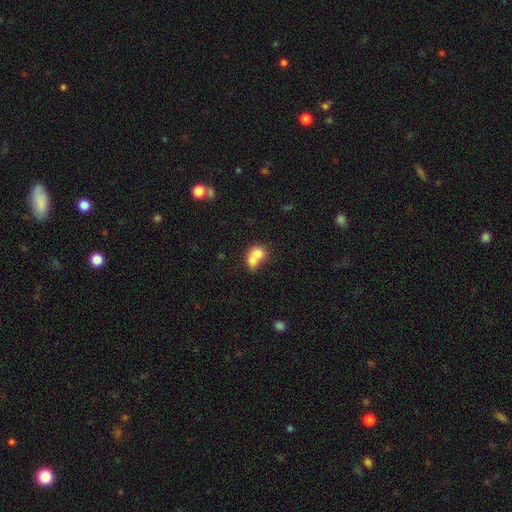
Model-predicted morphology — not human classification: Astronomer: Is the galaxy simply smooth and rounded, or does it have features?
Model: smooth — 71%.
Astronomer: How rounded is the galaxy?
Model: round — 54% (runner-up: in between, 45%).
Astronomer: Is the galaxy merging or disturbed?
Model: merger — 71%.